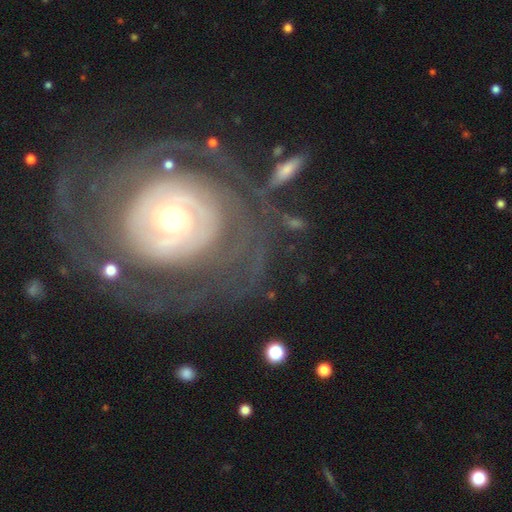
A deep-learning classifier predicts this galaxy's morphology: Smooth or featured: featured or disk — 81% (smooth — 12%)
Edge-on disk: no — 96% (yes — 4%)
Bar: no — 74% (weak — 17%)
Spiral arms: yes — 79% (no — 21%)
Spiral winding: tight — 74% (medium — 17%)
Spiral arm count: can't tell — 44% (2 — 19%)
Bulge size: moderate — 64% (small — 23%)
Merging: none — 59% (major disturbance — 20%)